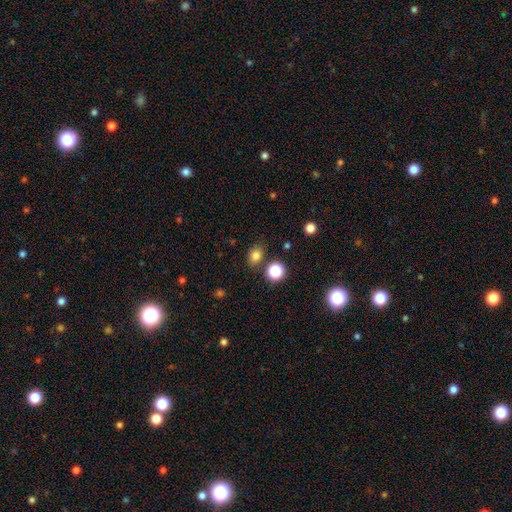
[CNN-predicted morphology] smooth 80%, star or artifact 15%, featured or disk 5%. Down the decision tree: how rounded — round (51%); merging — none (78%).